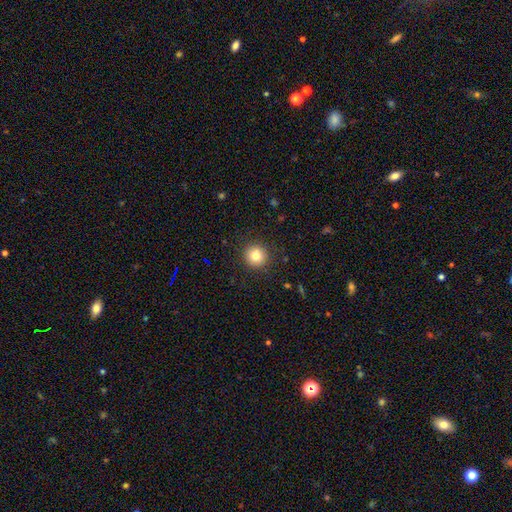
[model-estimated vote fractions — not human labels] The model was most divided on "smooth or featured": smooth: 82%, star or artifact: 10%, featured or disk: 8%. More confident: how rounded — round (94%); merging — none (91%).